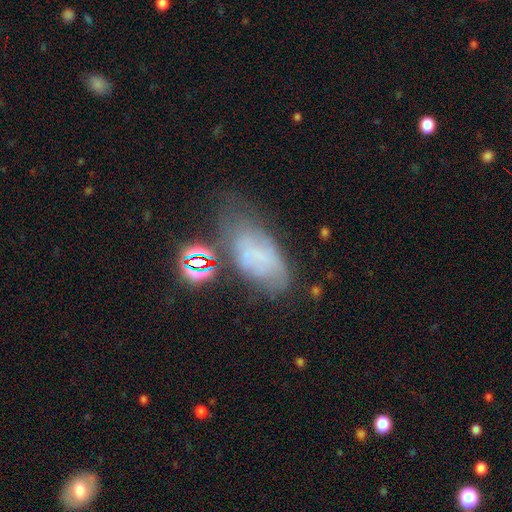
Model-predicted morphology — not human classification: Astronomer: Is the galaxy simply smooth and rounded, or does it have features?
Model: smooth — 43% (runner-up: featured or disk, 39%).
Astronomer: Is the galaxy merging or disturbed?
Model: none — 38% (runner-up: minor disturbance, 31%).